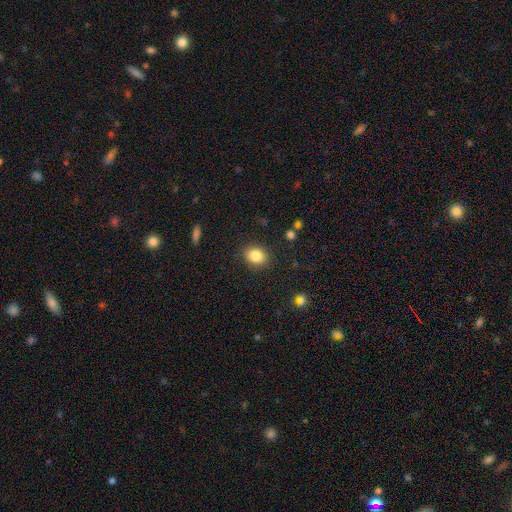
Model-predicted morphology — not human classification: This is clearly a smooth galaxy (84%). How rounded: possibly round (52%). Merging: clearly none (87%).